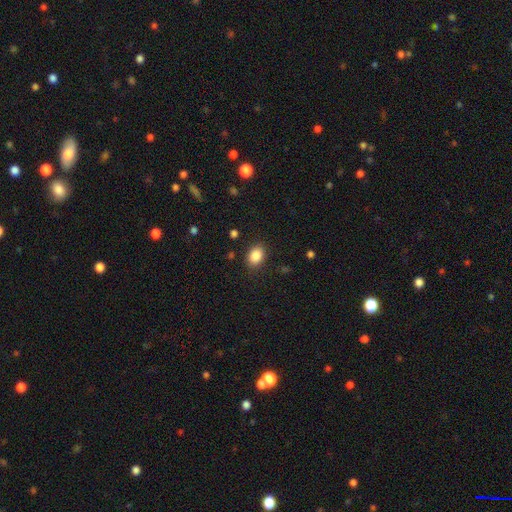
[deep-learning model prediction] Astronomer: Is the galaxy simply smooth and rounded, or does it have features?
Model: smooth — 87%.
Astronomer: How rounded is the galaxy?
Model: in between — 72%.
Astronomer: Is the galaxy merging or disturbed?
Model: none — 85%.